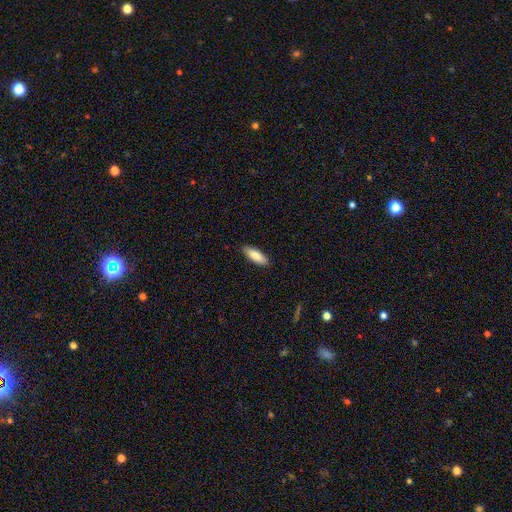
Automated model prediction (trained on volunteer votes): smooth_or_featured: smooth (p=0.85) [alt: featured or disk p=0.10]
how_rounded: in between (p=0.65) [alt: cigar-shaped p=0.34]
merging: none (p=0.89) [alt: minor disturbance p=0.09]